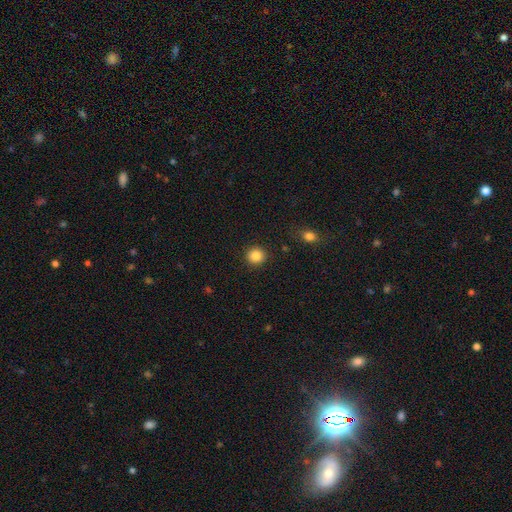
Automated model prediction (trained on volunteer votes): smooth 86%, star or artifact 10%, featured or disk 4%. Down the decision tree: how rounded — round (91%); merging — none (91%).